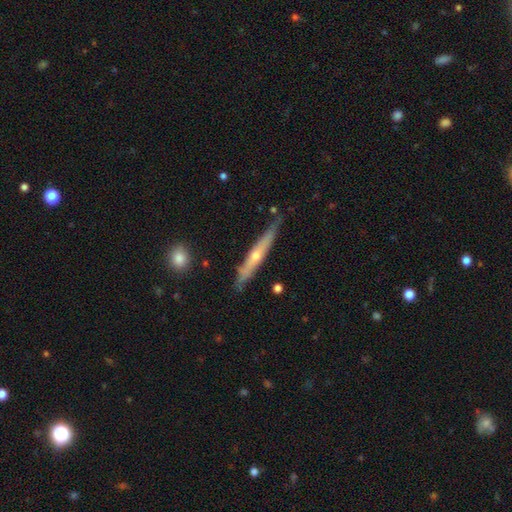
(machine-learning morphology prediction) smooth-or-featured: featured or disk: 66% | smooth: 28% | star or artifact: 6%
  disk-edge-on: yes: 92% | no: 8%
    edge-on-bulge: rounded: 74% | none: 24% | boxy: 3%
  merging: none: 79% | minor disturbance: 16% | major disturbance: 3% | merger: 2%